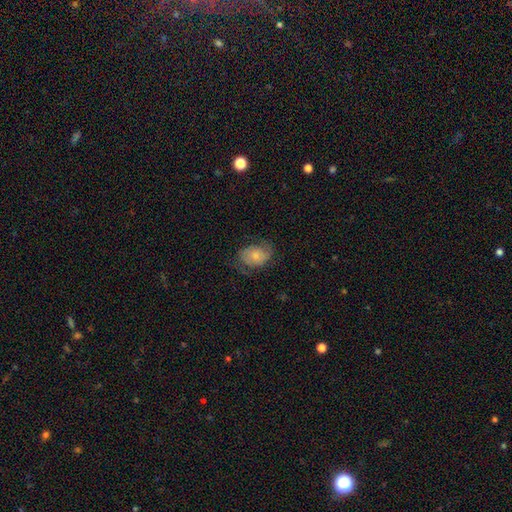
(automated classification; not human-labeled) Smooth or featured: smooth — 53% (featured or disk — 39%)
How rounded: in between — 71% (round — 27%)
Merging: none — 55% (minor disturbance — 27%)